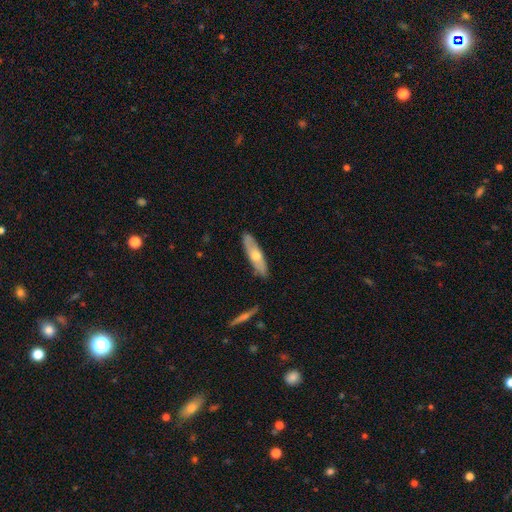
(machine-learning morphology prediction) Smooth or featured? Predicted: smooth (p=0.48). Merging? Predicted: none (p=0.86).